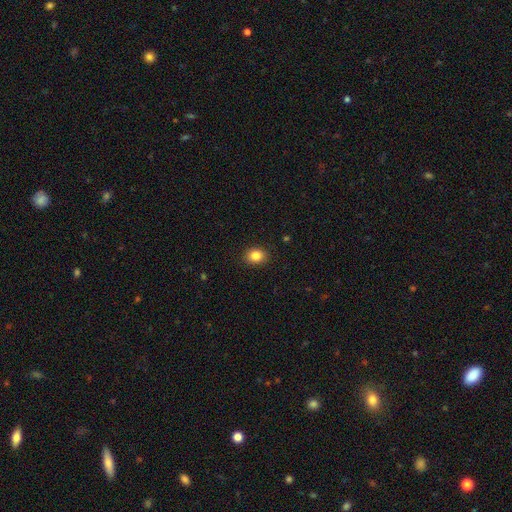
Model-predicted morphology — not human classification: A smooth galaxy with no disk features (85%) that is in between round and cigar-shaped (50%). Merging: none (90%).